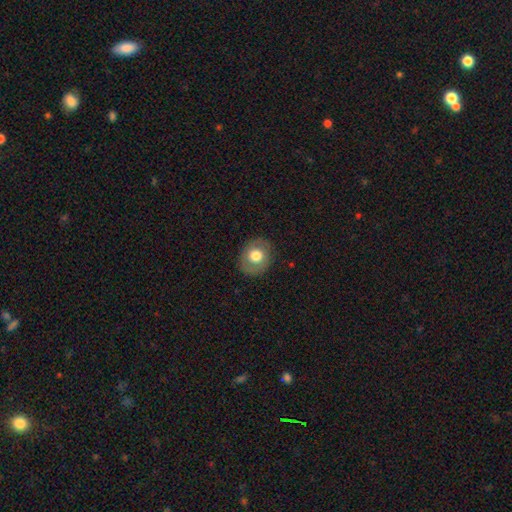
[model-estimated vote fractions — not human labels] Smooth or featured?
  - smooth: 66% *
  - featured or disk: 26%
  - star or artifact: 8%
How rounded?
  - round: 68% *
  - in between: 31%
  - cigar-shaped: 1%
Merging?
  - none: 85% *
  - minor disturbance: 11%
  - major disturbance: 4%
  - merger: 1%